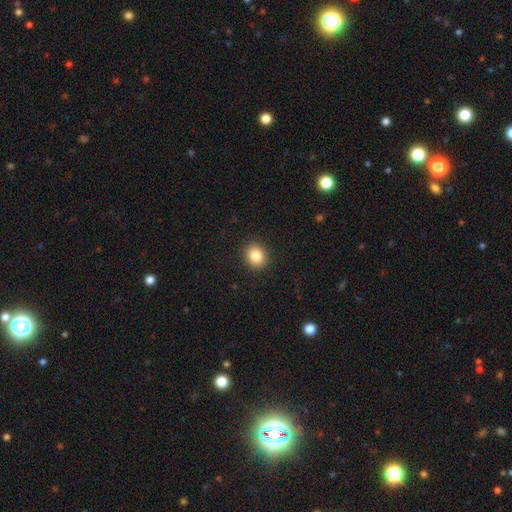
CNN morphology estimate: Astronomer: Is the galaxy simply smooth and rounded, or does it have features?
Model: smooth — 84%.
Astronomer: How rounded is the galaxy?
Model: round — 67%.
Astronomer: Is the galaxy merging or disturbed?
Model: none — 91%.